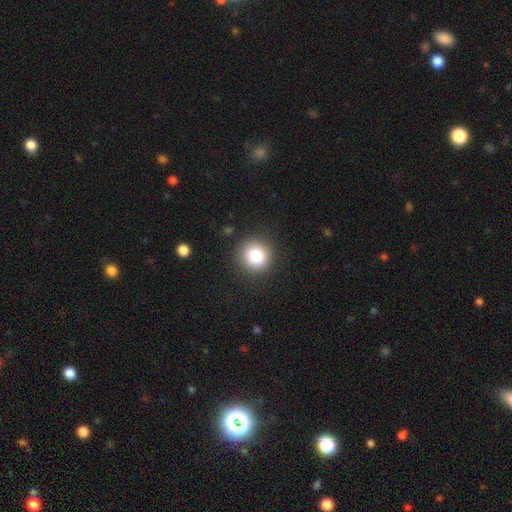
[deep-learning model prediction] Overall: smooth (84%). How rounded: round (92%). Merging: none (89%).